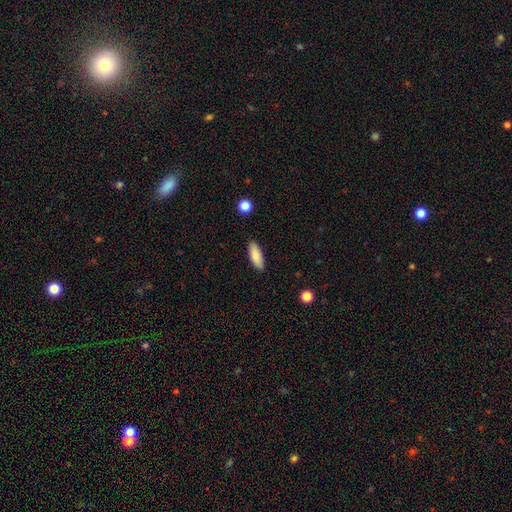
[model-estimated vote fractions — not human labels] This is clearly a smooth galaxy (86%). How rounded: likely in between (62%). Merging: clearly none (88%).